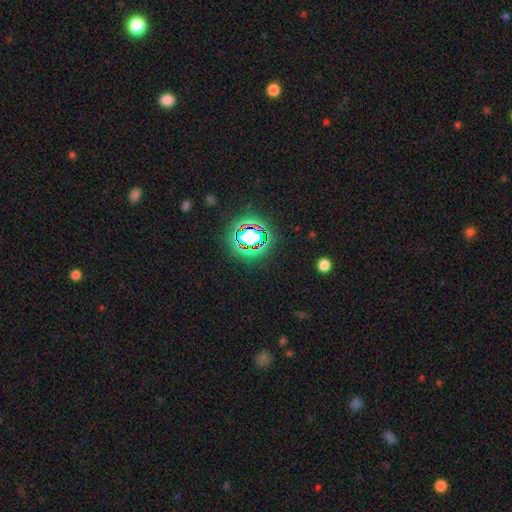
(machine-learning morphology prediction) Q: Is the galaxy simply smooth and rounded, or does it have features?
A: star or artifact — 77%.